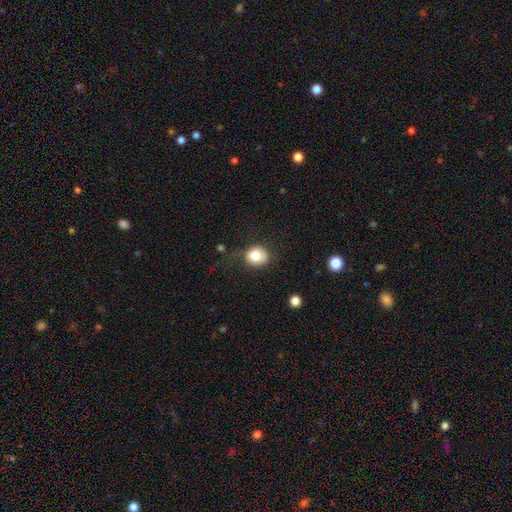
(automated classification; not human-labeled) Morphology: type=smooth (79%); roundness=round (74%); merging=none (59%).